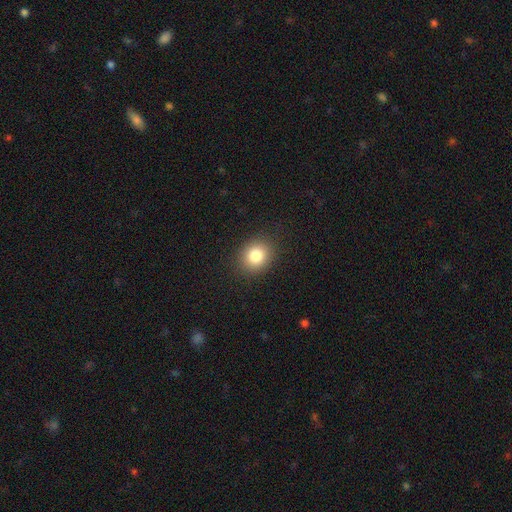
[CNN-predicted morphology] Smooth or featured? smooth (83%)
How rounded? round (69%)
Merging? none (89%)